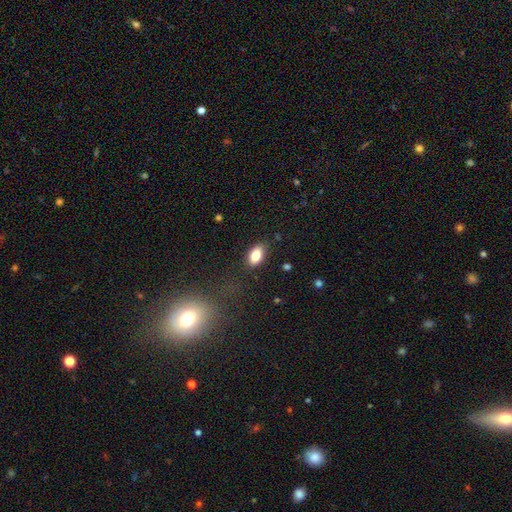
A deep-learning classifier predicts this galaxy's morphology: The model was most divided on "merging": none: 82%, minor disturbance: 13%, major disturbance: 3%, merger: 2%. More confident: how rounded — in between (91%); smooth or featured — smooth (83%).